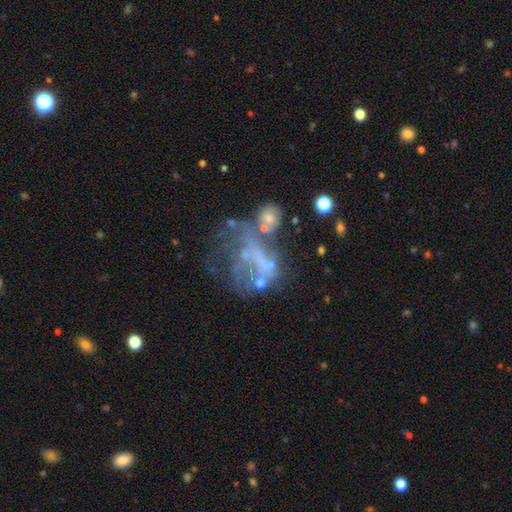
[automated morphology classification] Q: Smooth or featured?
A: featured or disk (53%); runner-up: smooth (26%)
Q: Edge-on disk?
A: no (97%); runner-up: yes (3%)
Q: Bar?
A: no (86%); runner-up: weak (9%)
Q: Spiral arms?
A: no (88%); runner-up: yes (12%)
Q: Bulge size?
A: none (76%); runner-up: small (12%)
Q: Merging?
A: major disturbance (40%); runner-up: none (24%)